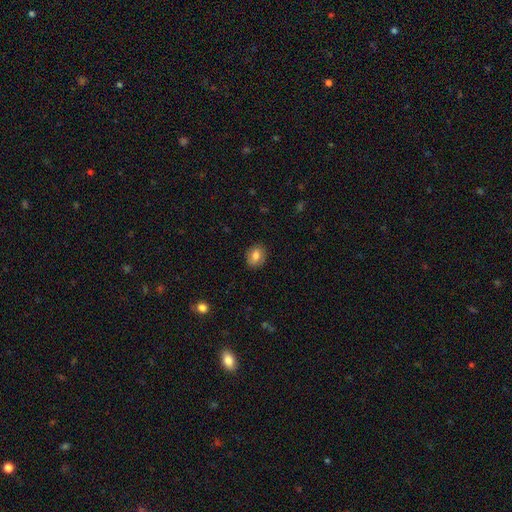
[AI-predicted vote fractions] The model was most divided on "how rounded": round: 56%, in between: 43%, cigar-shaped: 1%. More confident: merging — none (87%); smooth or featured — smooth (76%).